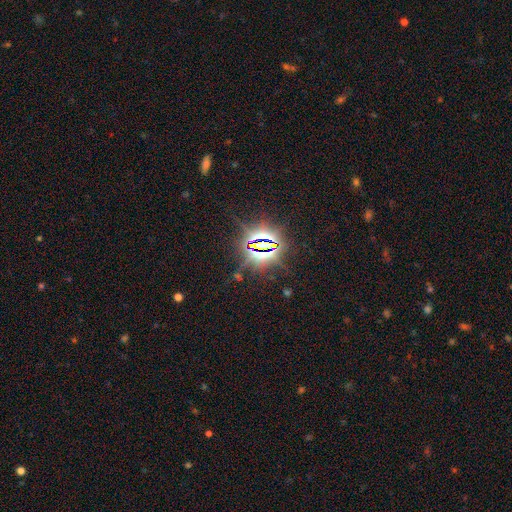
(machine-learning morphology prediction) A star or artifact, not a galaxy (84%).